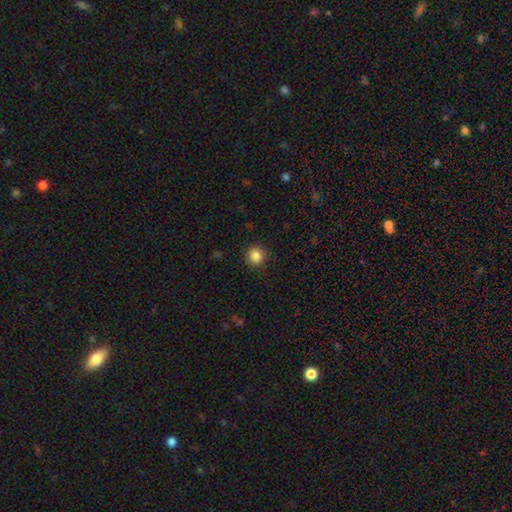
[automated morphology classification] Smooth or featured? Predicted: smooth (p=0.86). How rounded? Predicted: round (p=0.93). Merging? Predicted: none (p=0.91).